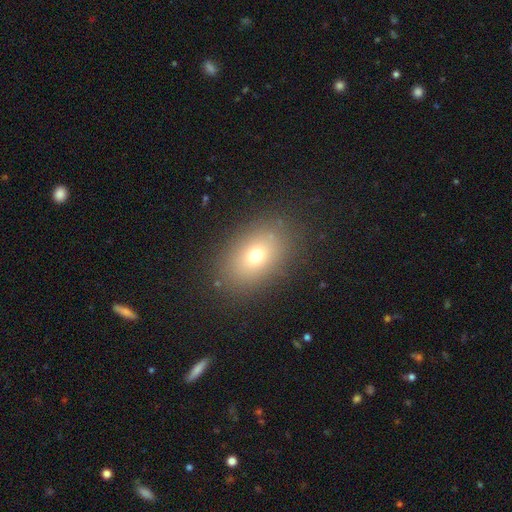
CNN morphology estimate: smooth-or-featured: smooth: 70% | star or artifact: 15% | featured or disk: 15%
  how-rounded: in between: 76% | round: 22% | cigar-shaped: 2%
  merging: none: 85% | minor disturbance: 9% | major disturbance: 4% | merger: 1%